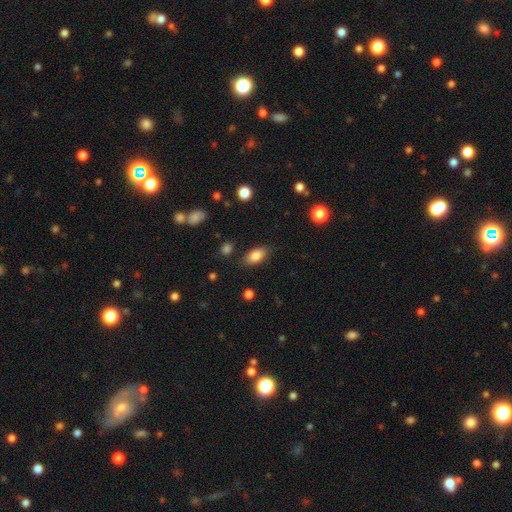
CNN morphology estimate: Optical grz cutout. It shows a smooth galaxy with no disk features (84%) that is in between round and cigar-shaped (88%). Merging: none (82%).